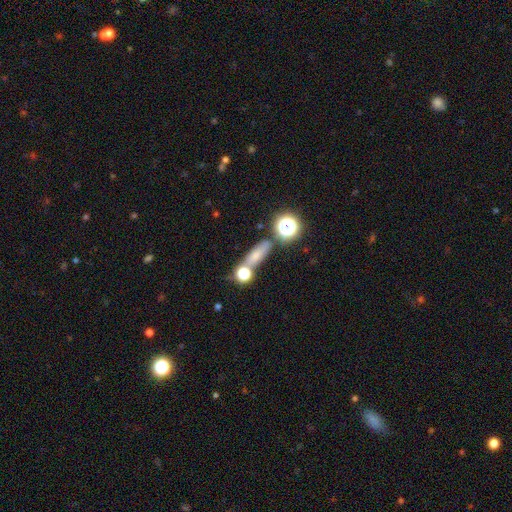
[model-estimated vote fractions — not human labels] smooth 63%, star or artifact 19%, featured or disk 17%. Down the decision tree: how rounded — cigar-shaped (42%); merging — none (66%).